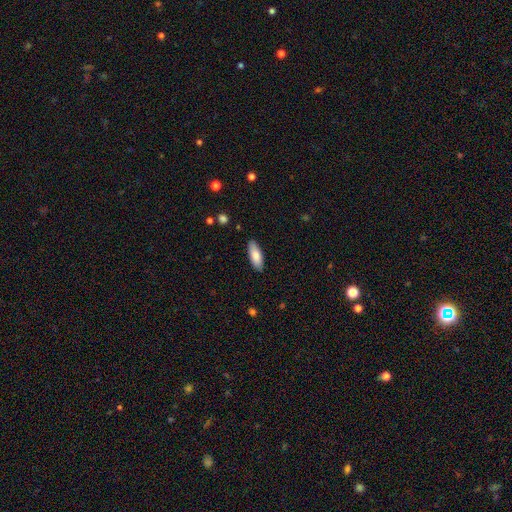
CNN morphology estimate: smooth 81%, featured or disk 13%, star or artifact 6%. Down the decision tree: how rounded — in between (71%); merging — none (87%).